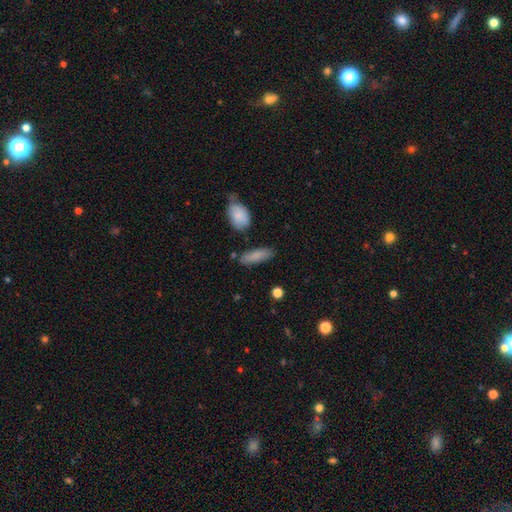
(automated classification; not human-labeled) The model was most divided on "how rounded": in between: 57%, cigar-shaped: 40%, round: 2%. More confident: smooth or featured — smooth (83%); merging — none (78%).